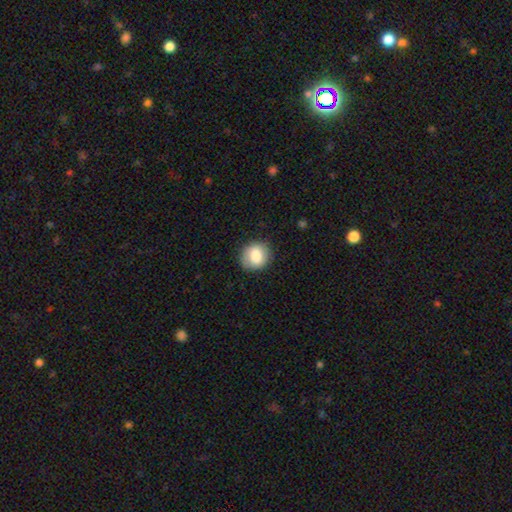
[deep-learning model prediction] Morphology: type=smooth (81%); roundness=round (79%); merging=none (85%).